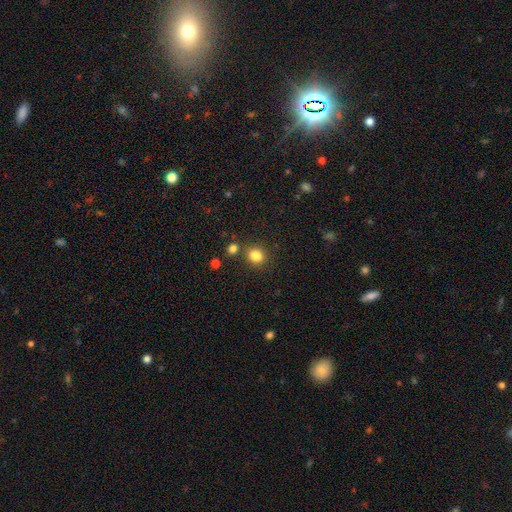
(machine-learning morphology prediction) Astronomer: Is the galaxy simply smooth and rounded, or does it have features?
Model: smooth — 83%.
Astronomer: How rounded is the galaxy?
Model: round — 66%.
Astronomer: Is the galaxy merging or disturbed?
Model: none — 77%.